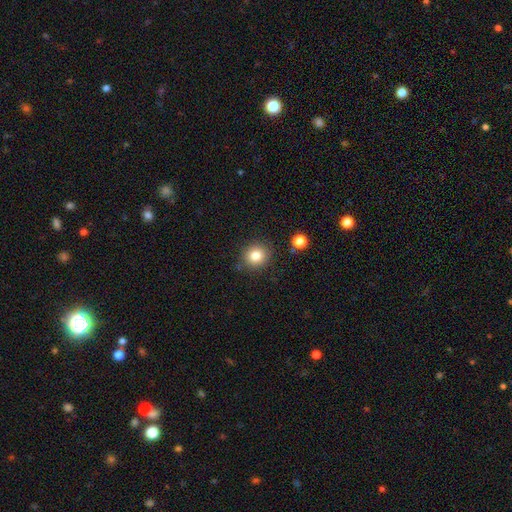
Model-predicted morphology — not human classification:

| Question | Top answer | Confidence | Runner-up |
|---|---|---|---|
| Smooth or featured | smooth | 83% | star or artifact (11%) |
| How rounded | round | 85% | in between (14%) |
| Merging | none | 83% | minor disturbance (10%) |